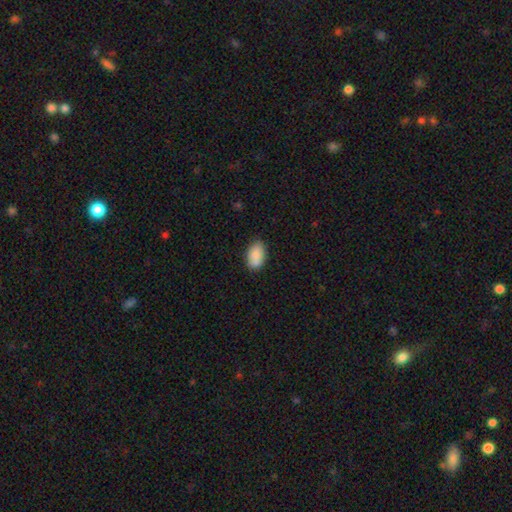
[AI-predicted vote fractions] smooth-or-featured: smooth: 84% | featured or disk: 8% | star or artifact: 7%
  how-rounded: in between: 90% | round: 9% | cigar-shaped: 1%
  merging: none: 74% | minor disturbance: 18% | merger: 4% | major disturbance: 3%